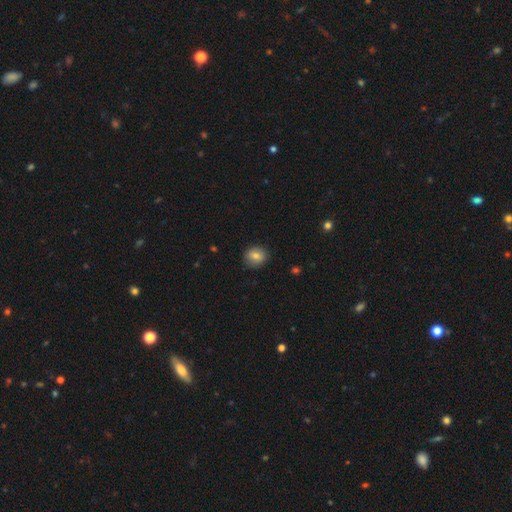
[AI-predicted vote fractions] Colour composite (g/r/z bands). It shows a smooth galaxy with no disk features (77%) that is round (75%). Merging: none (85%).